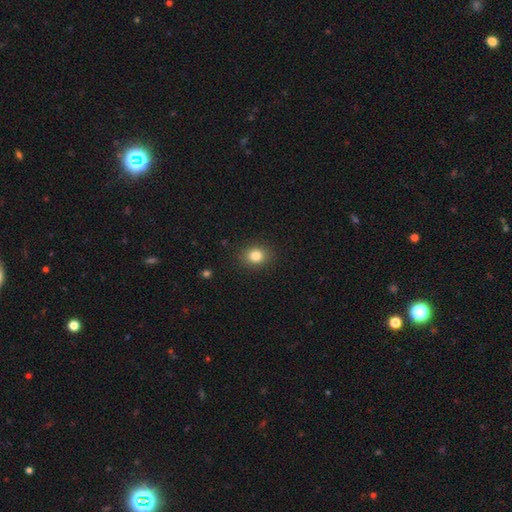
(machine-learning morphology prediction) A smooth galaxy with no disk features (83%) that is round (62%). Merging: none (89%).